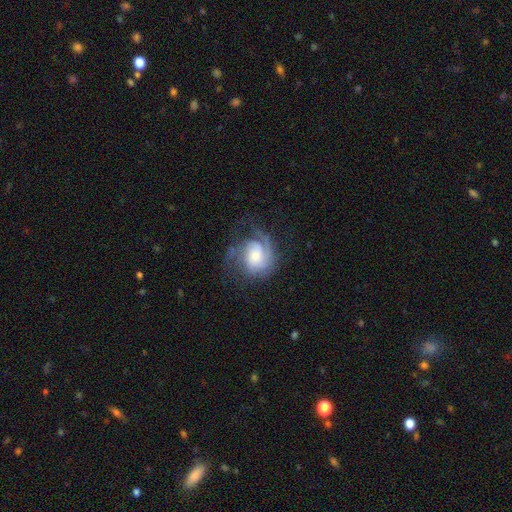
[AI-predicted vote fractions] Morphology: type=featured or disk (75%); edge-on=no (97%); bar=no (67%); spiral arms=yes (93%); winding=medium (41%); arm count=2 (34%); bulge=moderate (41%); merging=none (53%).